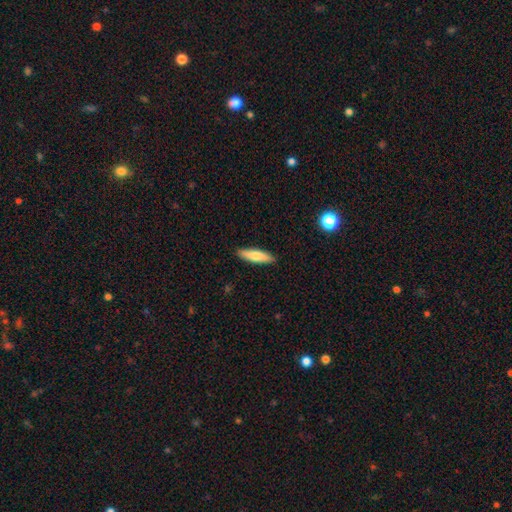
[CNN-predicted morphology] A smooth galaxy with no disk features (74%) that is cigar-shaped (68%).

Vote fractions:
- Smooth or featured? smooth: 74% / featured or disk: 21% / star or artifact: 6%
- How rounded? cigar-shaped: 68% / in between: 31% / round: 2%
- Merging? none: 90% / minor disturbance: 7% / major disturbance: 2% / merger: 1%